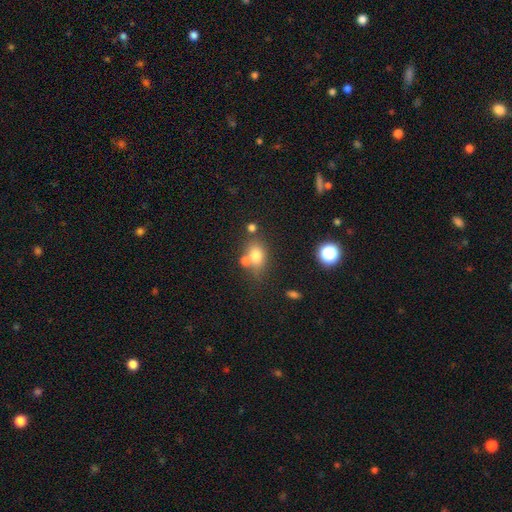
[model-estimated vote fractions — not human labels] Smooth or featured?
  - smooth: 74% *
  - featured or disk: 13%
  - star or artifact: 12%
How rounded?
  - in between: 64% *
  - round: 33%
  - cigar-shaped: 2%
Merging?
  - none: 52% *
  - merger: 27%
  - minor disturbance: 15%
  - major disturbance: 6%